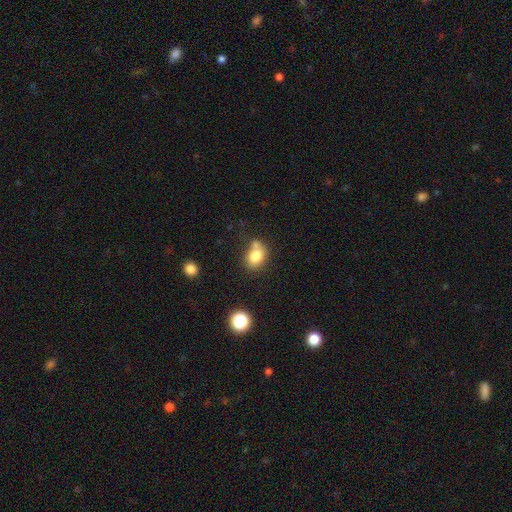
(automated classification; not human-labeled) smooth_or_featured: smooth (p=0.79) [alt: featured or disk p=0.11]
how_rounded: in between (p=0.60) [alt: round p=0.39]
merging: none (p=0.51) [alt: merger p=0.27]